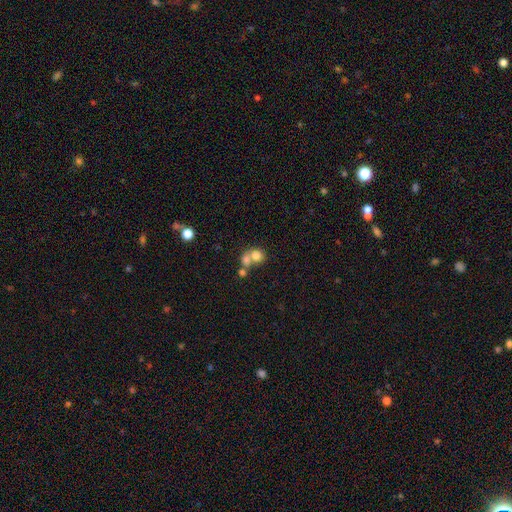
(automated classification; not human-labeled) This is likely a smooth galaxy (73%). How rounded: likely round (73%). Merging: possibly merger (57%).